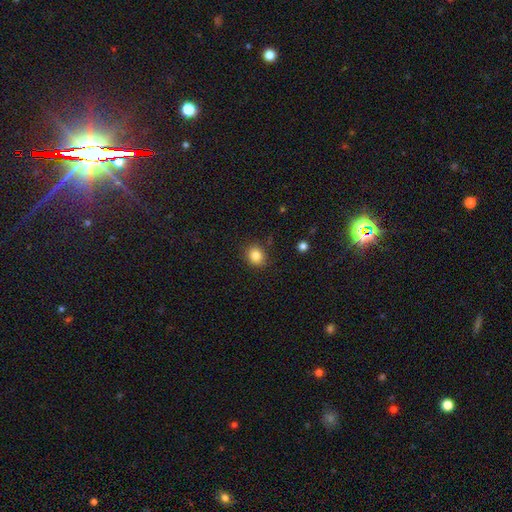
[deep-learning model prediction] smooth_or_featured: smooth (p=0.84) [alt: star or artifact p=0.11]
how_rounded: round (p=0.71) [alt: in between p=0.28]
merging: none (p=0.87) [alt: minor disturbance p=0.09]